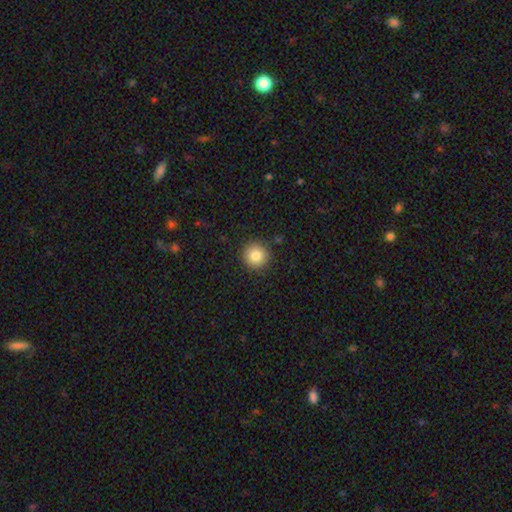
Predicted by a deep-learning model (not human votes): A smooth galaxy with no disk features (83%) that is round (95%).

Vote fractions:
- Smooth or featured? smooth: 83% / star or artifact: 10% / featured or disk: 7%
- How rounded? round: 95% / in between: 4% / cigar-shaped: 1%
- Merging? none: 90% / minor disturbance: 7% / major disturbance: 2% / merger: 1%